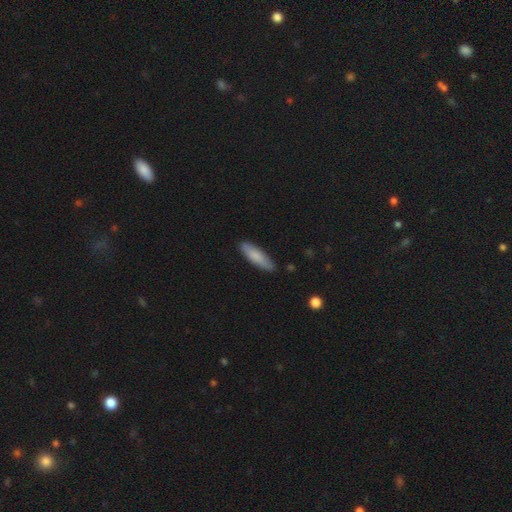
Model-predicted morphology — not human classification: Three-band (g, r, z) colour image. It shows a smooth galaxy with no disk features (81%) that is cigar-shaped (61%). Merging: none (84%).